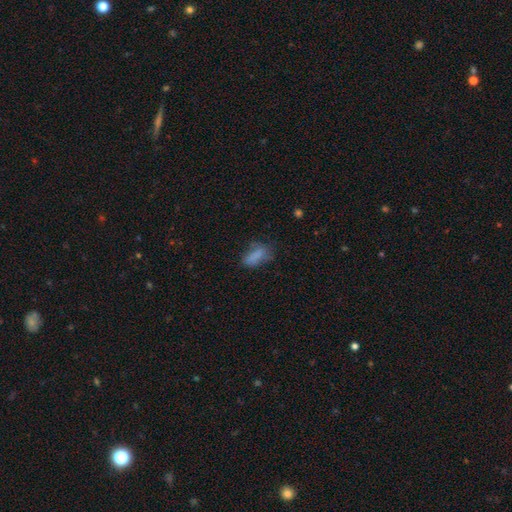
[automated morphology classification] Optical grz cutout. It shows a smooth galaxy with no disk features (76%) that is in between round and cigar-shaped (83%). Merging: none (46%).